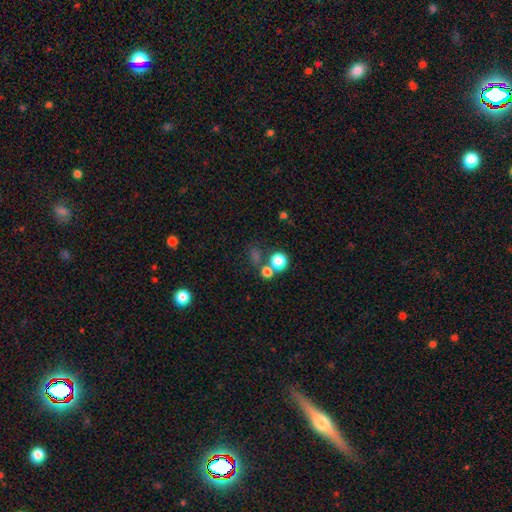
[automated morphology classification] This is possibly a smooth galaxy (52%). How rounded: likely round (77%). Merging: likely none (64%).